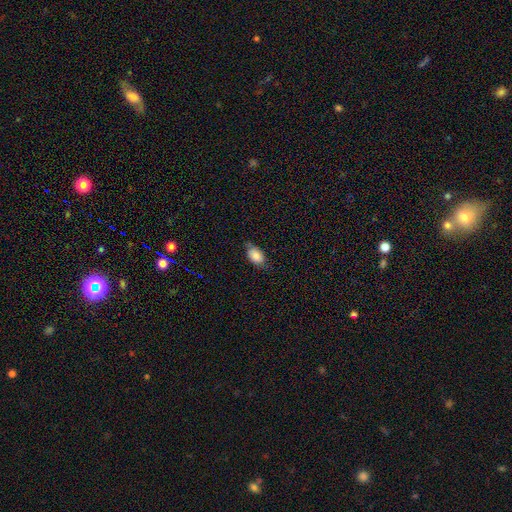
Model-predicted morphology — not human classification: A smooth galaxy with no disk features (78%) that is in between round and cigar-shaped (90%). Merging: none (61%).